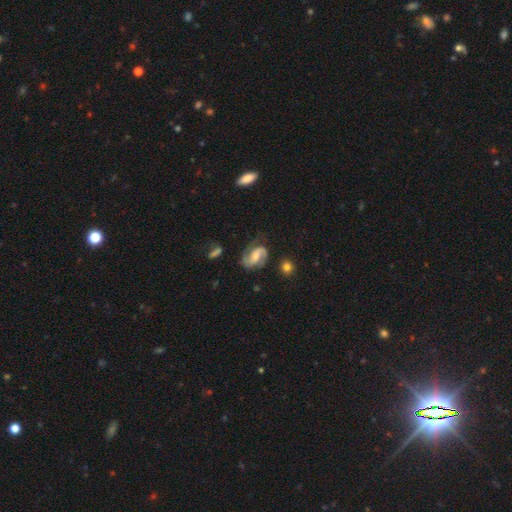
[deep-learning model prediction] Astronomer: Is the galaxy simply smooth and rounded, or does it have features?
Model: featured or disk — 83%.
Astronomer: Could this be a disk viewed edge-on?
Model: no — 97%.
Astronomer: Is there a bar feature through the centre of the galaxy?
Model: weak — 45% (runner-up: no, 31%).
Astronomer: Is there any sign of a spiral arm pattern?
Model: yes — 96%.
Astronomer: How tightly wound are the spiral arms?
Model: medium — 50% (runner-up: loose, 27%).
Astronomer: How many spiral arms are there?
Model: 2 — 89%.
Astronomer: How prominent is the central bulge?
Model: moderate — 51% (runner-up: small, 35%).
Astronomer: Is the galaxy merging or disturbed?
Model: none — 69%.